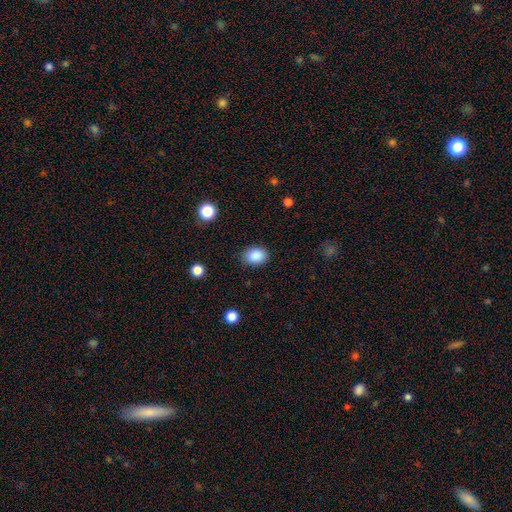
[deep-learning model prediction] This appears to be a smooth galaxy with no disk features (88%) that is in between round and cigar-shaped (71%). Merging: none (85%).